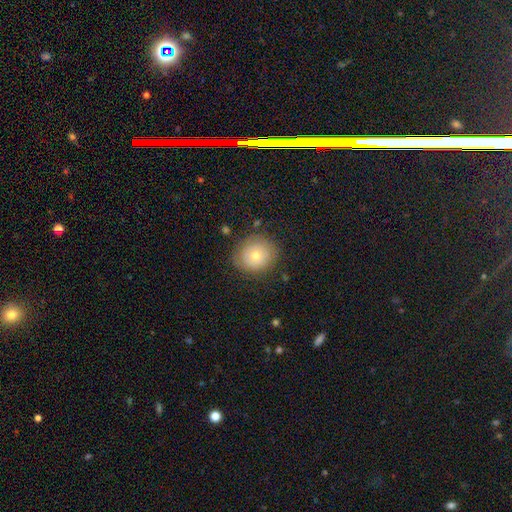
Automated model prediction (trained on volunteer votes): Overall: smooth (68%). How rounded: round (83%). Merging: none (79%).